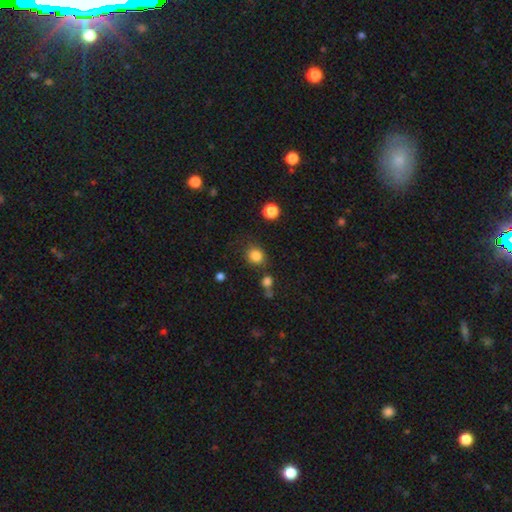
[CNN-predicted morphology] smooth-or-featured: smooth: 84% | star or artifact: 11% | featured or disk: 5%
  how-rounded: round: 73% | in between: 26% | cigar-shaped: 1%
  merging: none: 79% | minor disturbance: 11% | merger: 6% | major disturbance: 4%